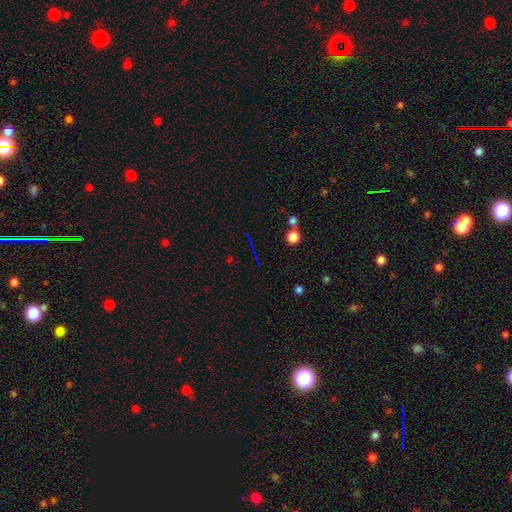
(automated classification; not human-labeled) Morphology: type=star or artifact (58%).